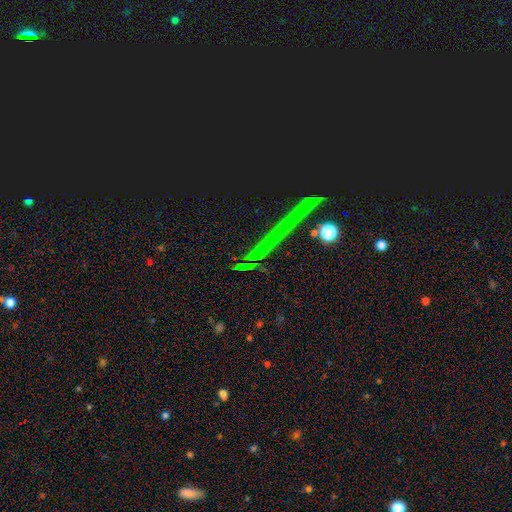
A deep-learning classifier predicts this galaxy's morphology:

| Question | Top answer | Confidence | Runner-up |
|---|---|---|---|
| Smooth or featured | star or artifact | 77% | featured or disk (14%) |